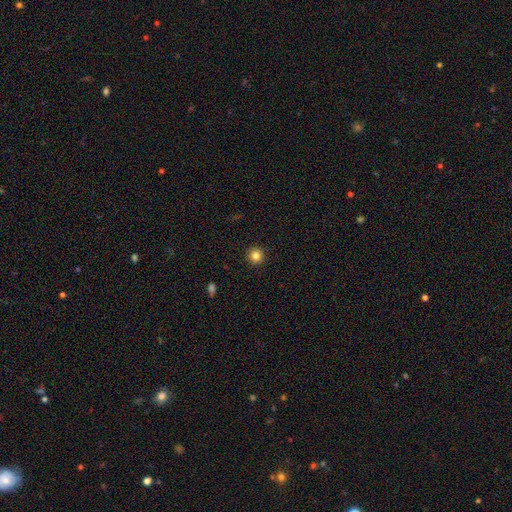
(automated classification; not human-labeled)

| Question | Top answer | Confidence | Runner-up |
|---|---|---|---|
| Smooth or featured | smooth | 82% | star or artifact (12%) |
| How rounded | round | 96% | in between (3%) |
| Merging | none | 93% | minor disturbance (4%) |